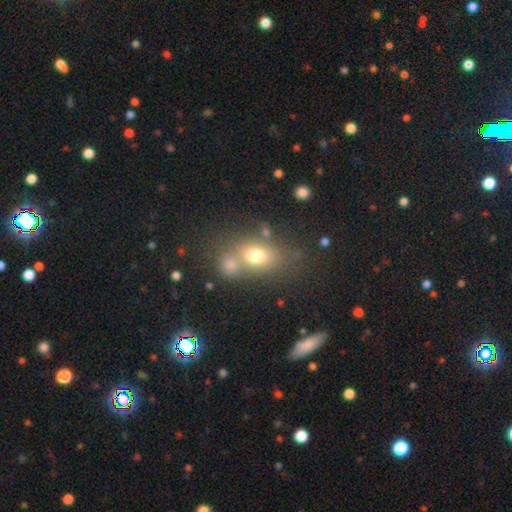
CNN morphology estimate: Smooth or featured?
  - smooth: 72% *
  - featured or disk: 15%
  - star or artifact: 13%
How rounded?
  - in between: 65% *
  - round: 32%
  - cigar-shaped: 3%
Merging?
  - none: 45% *
  - merger: 36%
  - minor disturbance: 12%
  - major disturbance: 6%